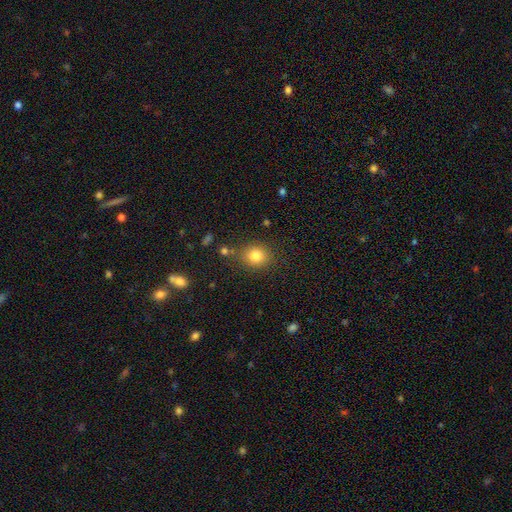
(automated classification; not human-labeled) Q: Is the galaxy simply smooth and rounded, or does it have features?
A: smooth — 82%.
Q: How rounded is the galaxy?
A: round — 75%.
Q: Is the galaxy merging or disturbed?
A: none — 79%.